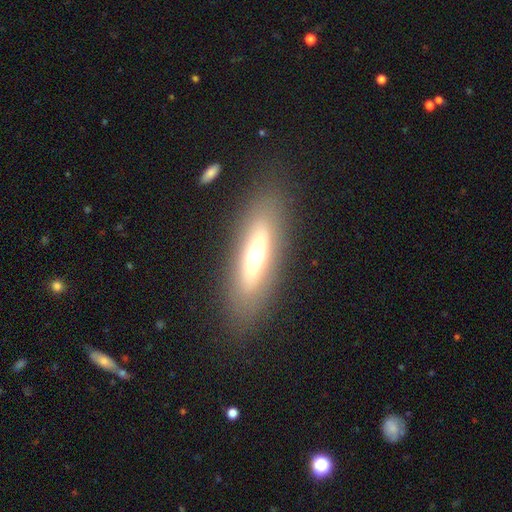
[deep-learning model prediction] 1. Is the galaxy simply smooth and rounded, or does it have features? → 47% smooth, 44% featured or disk, 9% star or artifact.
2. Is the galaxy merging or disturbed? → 84% none, 10% minor disturbance, 5% major disturbance, 2% merger.